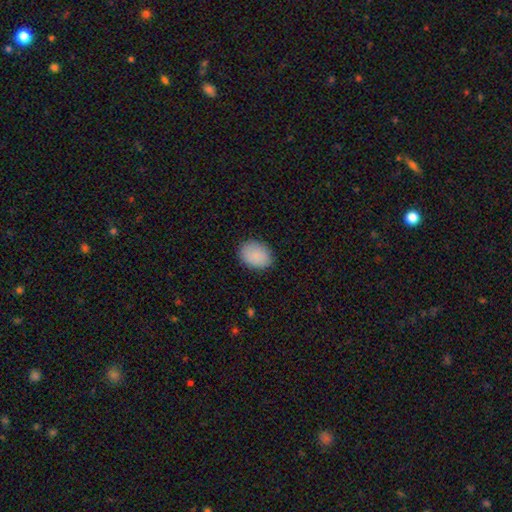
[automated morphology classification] smooth-or-featured: smooth: 89% | star or artifact: 7% | featured or disk: 4%
  how-rounded: in between: 65% | round: 34% | cigar-shaped: 1%
  merging: none: 86% | minor disturbance: 11% | major disturbance: 3% | merger: 1%